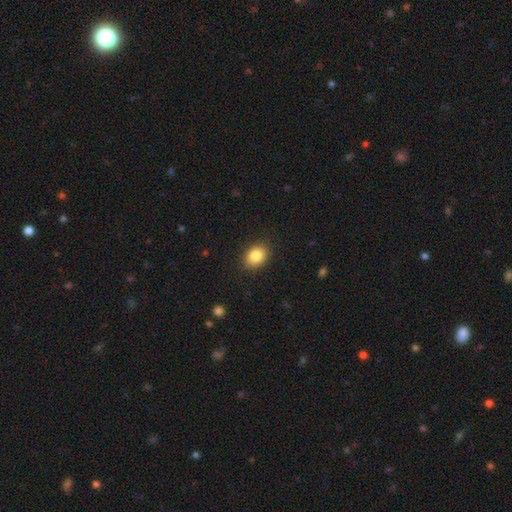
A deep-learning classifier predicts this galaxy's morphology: Smooth or featured: smooth — 85% (star or artifact — 9%)
How rounded: in between — 65% (round — 34%)
Merging: none — 89% (minor disturbance — 8%)